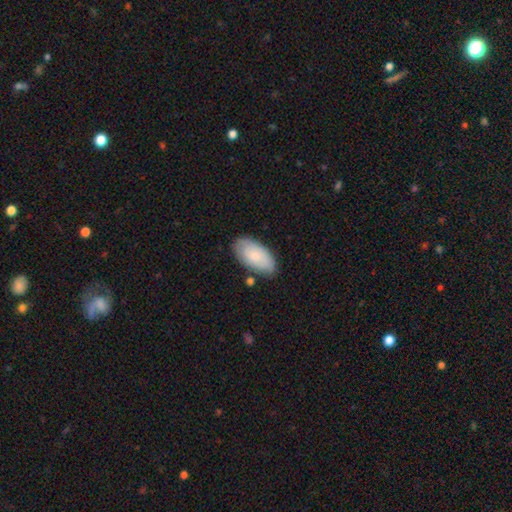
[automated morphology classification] Smooth or featured? smooth (79%)
How rounded? in between (95%)
Merging? none (76%)